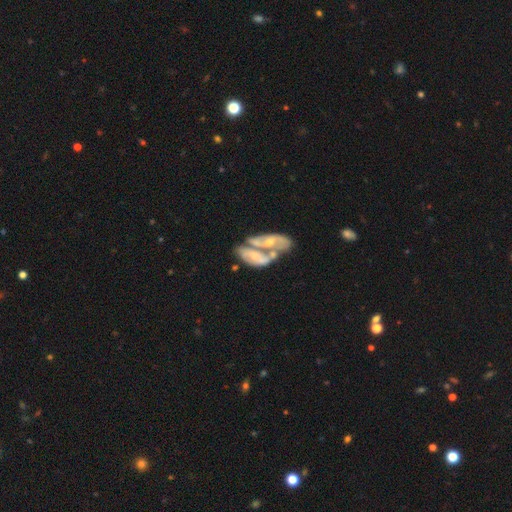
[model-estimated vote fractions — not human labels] smooth-or-featured: featured or disk: 66% | smooth: 26% | star or artifact: 9%
  disk-edge-on: no: 93% | yes: 7%
    bar: no: 71% | weak: 21% | strong: 8%
    has-spiral-arms: no: 52% | yes: 48%
    bulge-size: small: 48% | moderate: 32% | none: 16% | large: 3% | dominant: 2%
  merging: merger: 74% | none: 11% | major disturbance: 9% | minor disturbance: 6%